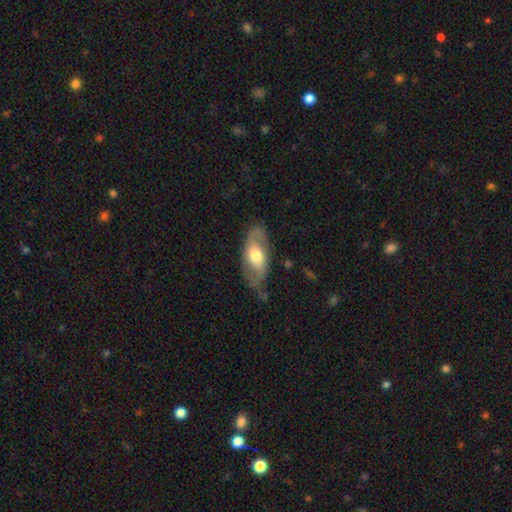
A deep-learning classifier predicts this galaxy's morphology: Q: Smooth or featured?
A: featured or disk (52%); runner-up: smooth (42%)
Q: Edge-on disk?
A: no (86%); runner-up: yes (14%)
Q: Merging?
A: none (55%); runner-up: minor disturbance (30%)